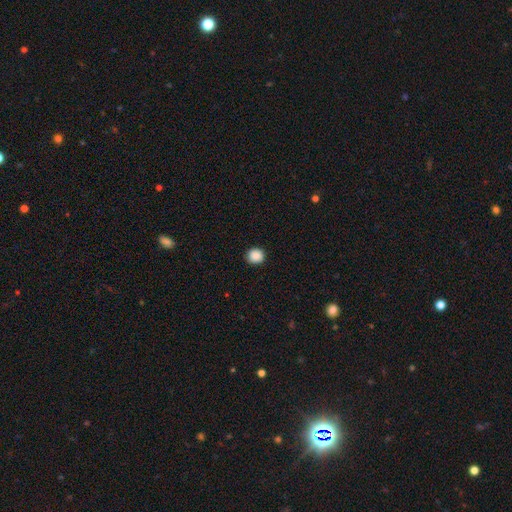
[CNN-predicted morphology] Smooth or featured? smooth (88%)
How rounded? round (88%)
Merging? none (90%)